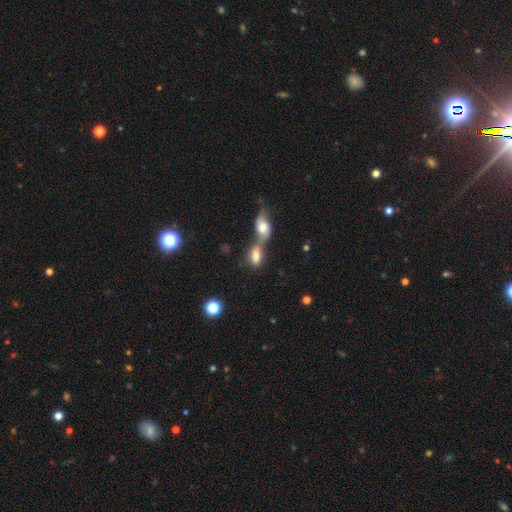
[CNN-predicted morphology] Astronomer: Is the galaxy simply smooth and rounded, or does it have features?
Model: smooth — 74%.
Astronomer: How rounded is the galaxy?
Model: in between — 85%.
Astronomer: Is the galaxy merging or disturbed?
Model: merger — 66%.